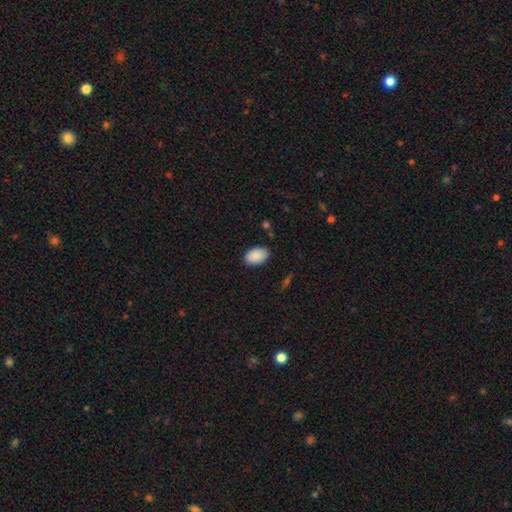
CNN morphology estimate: A smooth galaxy with no disk features (90%) that is in between round and cigar-shaped (91%). Merging: none (86%).